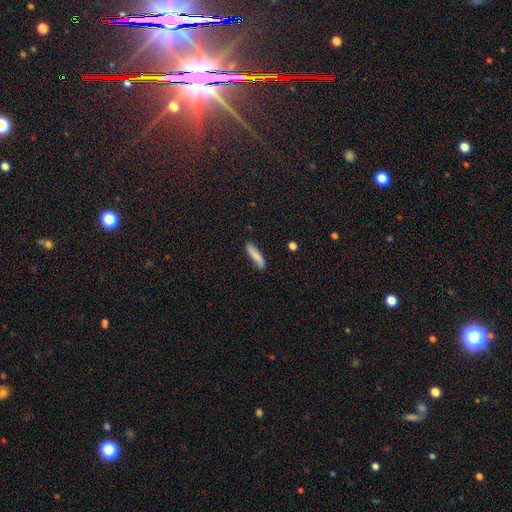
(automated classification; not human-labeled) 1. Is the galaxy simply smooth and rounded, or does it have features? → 78% smooth, 16% featured or disk, 6% star or artifact.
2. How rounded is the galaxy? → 79% cigar-shaped, 19% in between, 2% round.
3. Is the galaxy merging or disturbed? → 79% none, 16% minor disturbance, 3% major disturbance, 2% merger.